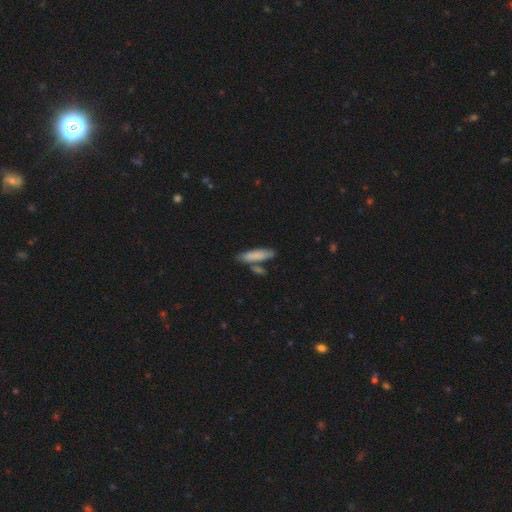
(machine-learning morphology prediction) smooth_or_featured: smooth (p=0.78) [alt: featured or disk p=0.15]
how_rounded: cigar-shaped (p=0.64) [alt: in between p=0.34]
merging: none (p=0.64) [alt: merger p=0.19]